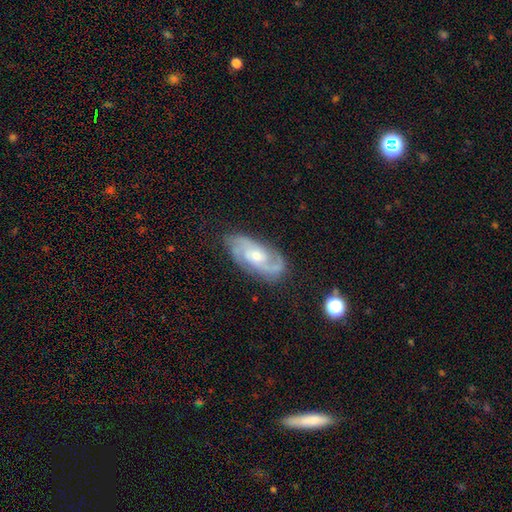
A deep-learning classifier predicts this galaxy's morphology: A featured or disk galaxy (85%) with no bar (62%), 2 (58%) medium (46%) spiral arms (97%) and a moderate central bulge (51%). Merging: none (77%).